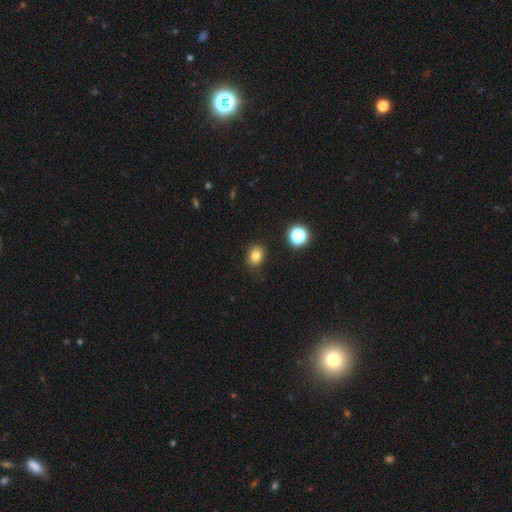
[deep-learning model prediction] A smooth galaxy with no disk features (80%) that is round (62%).

Vote fractions:
- Smooth or featured? smooth: 80% / star or artifact: 14% / featured or disk: 6%
- How rounded? round: 62% / in between: 37% / cigar-shaped: 1%
- Merging? none: 82% / minor disturbance: 13% / major disturbance: 3% / merger: 2%